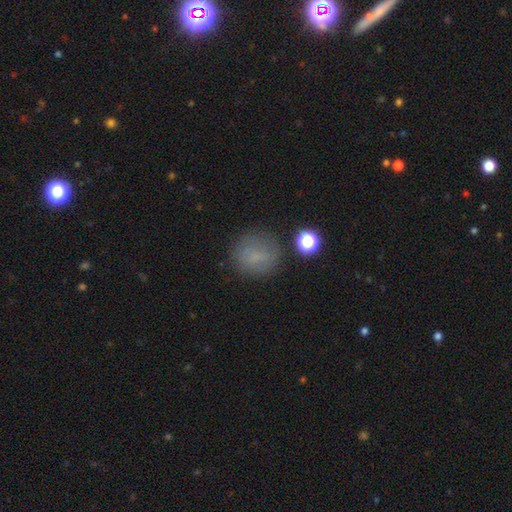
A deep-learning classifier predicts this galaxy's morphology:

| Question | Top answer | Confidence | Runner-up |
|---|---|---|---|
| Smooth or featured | smooth | 68% | star or artifact (17%) |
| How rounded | round | 84% | in between (15%) |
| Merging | none | 77% | minor disturbance (14%) |